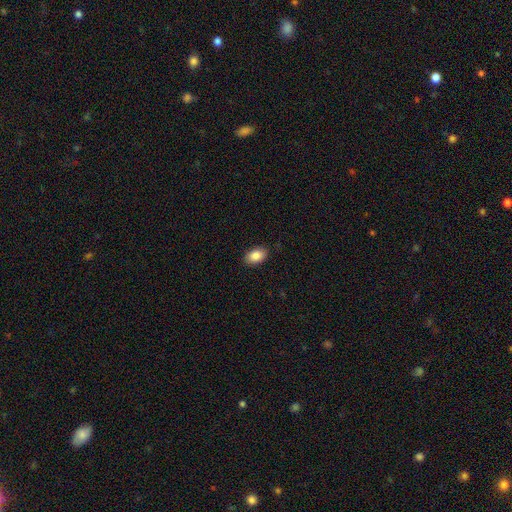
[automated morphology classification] Smooth or featured? Predicted: smooth (p=0.87). How rounded? Predicted: in between (p=0.90). Merging? Predicted: none (p=0.88).